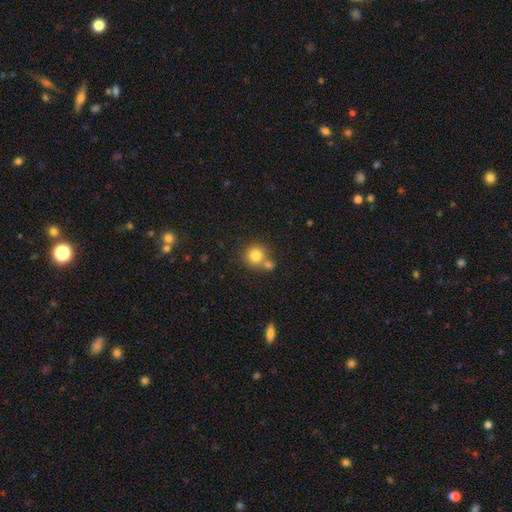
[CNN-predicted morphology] smooth 81%, star or artifact 11%, featured or disk 9%. Down the decision tree: how rounded — round (90%); merging — none (58%).